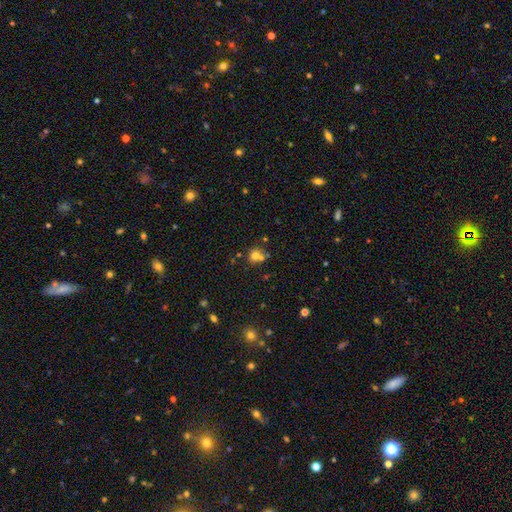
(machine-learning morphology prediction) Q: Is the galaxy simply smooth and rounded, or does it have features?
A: smooth — 71%.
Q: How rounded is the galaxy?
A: round — 83%.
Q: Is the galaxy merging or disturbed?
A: none — 49%.